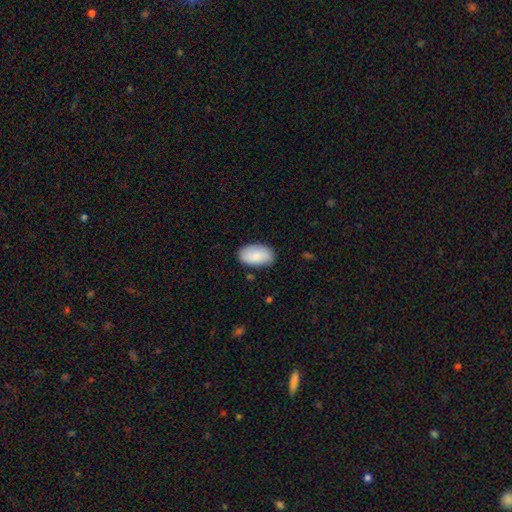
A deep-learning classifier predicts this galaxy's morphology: smooth 85%, featured or disk 10%, star or artifact 6%. Down the decision tree: how rounded — in between (94%); merging — none (81%).